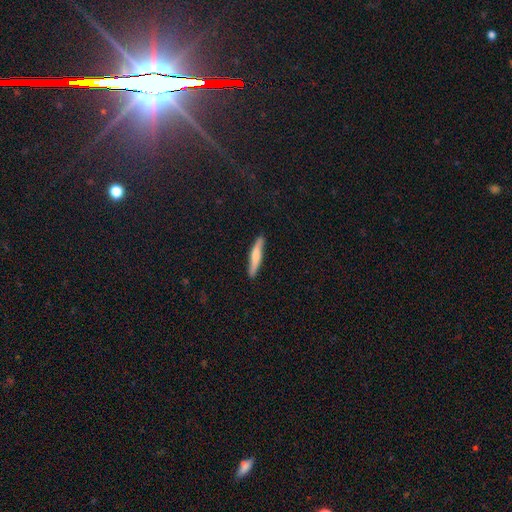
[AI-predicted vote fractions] Smooth or featured? Predicted: smooth (p=0.63). How rounded? Predicted: cigar-shaped (p=0.91). Merging? Predicted: none (p=0.87).